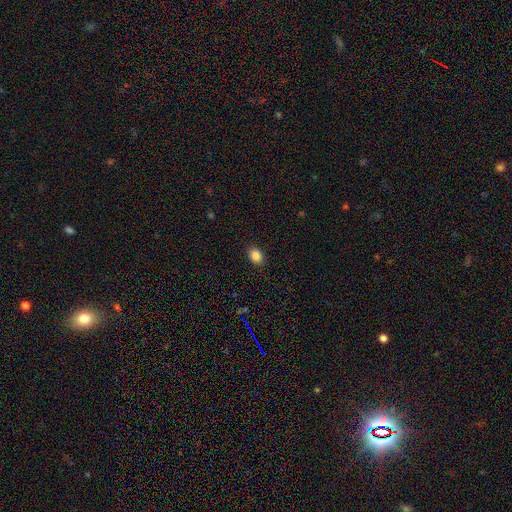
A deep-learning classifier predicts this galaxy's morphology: This appears to be a smooth galaxy with no disk features (86%) that is in between round and cigar-shaped (69%). Merging: none (90%).